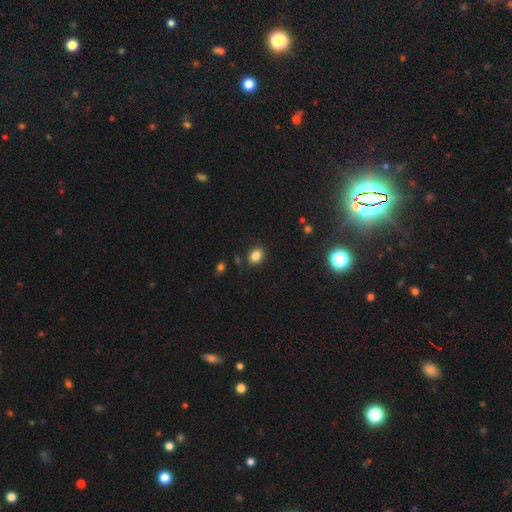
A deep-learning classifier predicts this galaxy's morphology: smooth_or_featured: smooth (p=0.83) [alt: star or artifact p=0.11]
how_rounded: in between (p=0.62) [alt: round p=0.37]
merging: none (p=0.85) [alt: minor disturbance p=0.10]